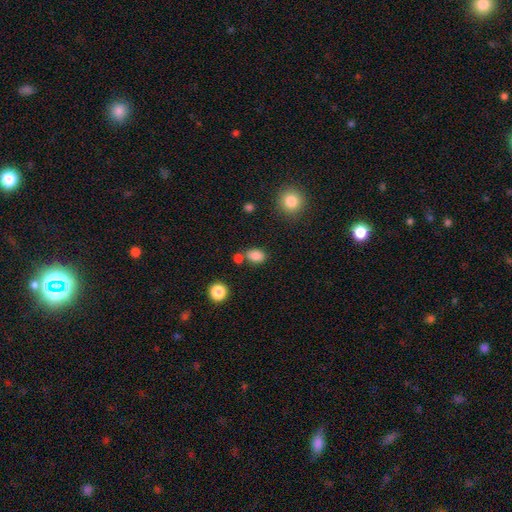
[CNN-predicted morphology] This is clearly a smooth galaxy (84%). How rounded: likely in between (77%). Merging: likely none (67%).